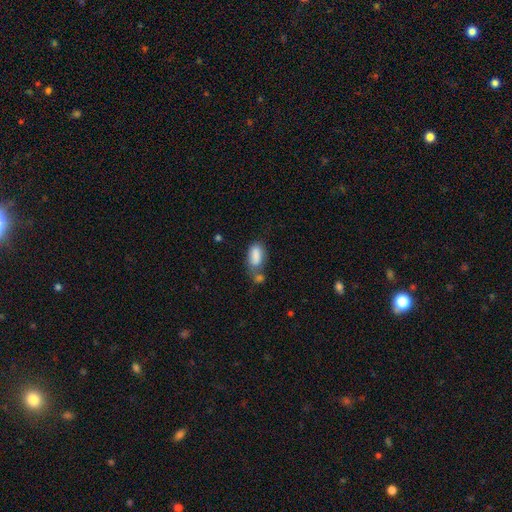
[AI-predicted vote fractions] smooth_or_featured: smooth (p=0.83) [alt: featured or disk p=0.09]
how_rounded: in between (p=0.89) [alt: cigar-shaped p=0.07]
merging: none (p=0.37) [alt: merger p=0.34]